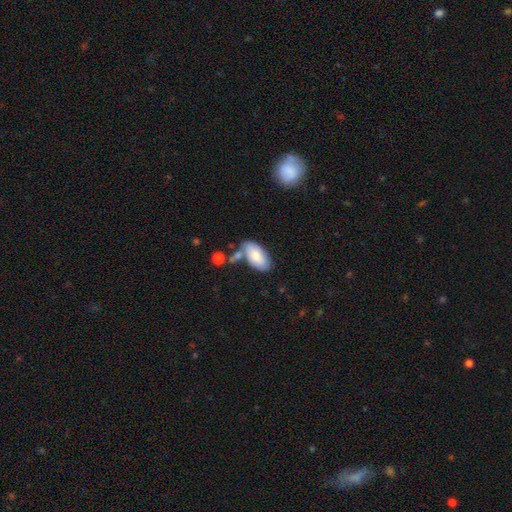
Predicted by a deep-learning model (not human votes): Smooth or featured? Predicted: smooth (p=0.77). How rounded? Predicted: in between (p=0.95). Merging? Predicted: none (p=0.62).